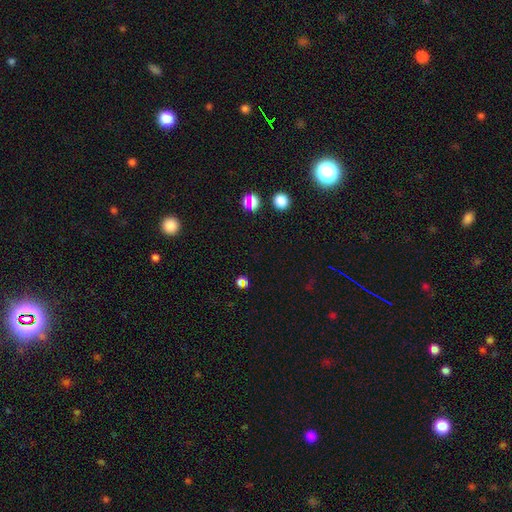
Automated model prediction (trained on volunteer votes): star or artifact 63%, smooth 29%, featured or disk 8%.